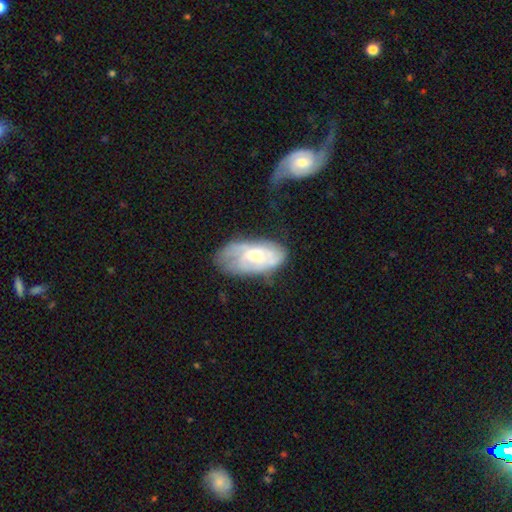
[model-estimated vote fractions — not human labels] smooth-or-featured: featured or disk: 64% | smooth: 30% | star or artifact: 6%
  disk-edge-on: no: 94% | yes: 6%
    bar: no: 71% | weak: 25% | strong: 4%
    has-spiral-arms: yes: 71% | no: 29%
    bulge-size: moderate: 54% | small: 37% | large: 5% | none: 3% | dominant: 1%
  merging: none: 45% | minor disturbance: 30% | major disturbance: 19% | merger: 6%